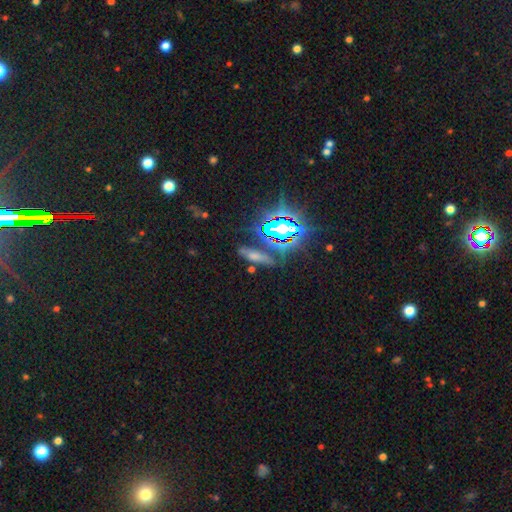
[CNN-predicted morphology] type=smooth (45%); merging=none (71%).